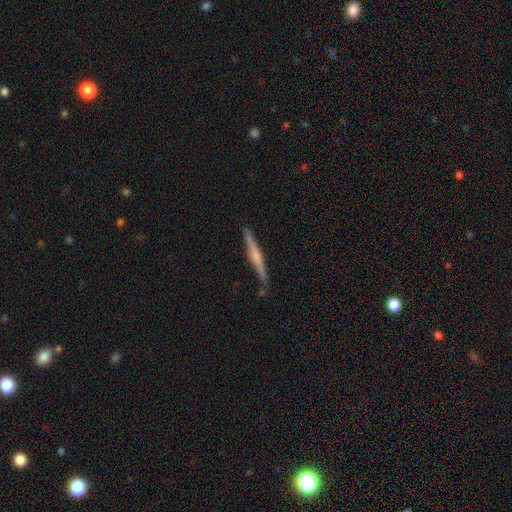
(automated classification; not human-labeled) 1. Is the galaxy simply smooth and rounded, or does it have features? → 56% featured or disk, 39% smooth, 5% star or artifact.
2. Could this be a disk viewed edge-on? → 97% yes, 3% no.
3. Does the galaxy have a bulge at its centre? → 47% rounded, 38% none, 15% boxy.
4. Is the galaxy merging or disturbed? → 84% none, 12% minor disturbance, 2% major disturbance, 2% merger.